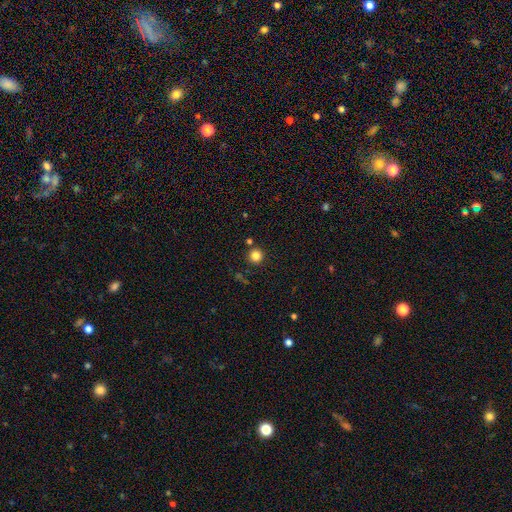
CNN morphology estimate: Smooth or featured? Predicted: smooth (p=0.83). How rounded? Predicted: round (p=0.95). Merging? Predicted: none (p=0.88).